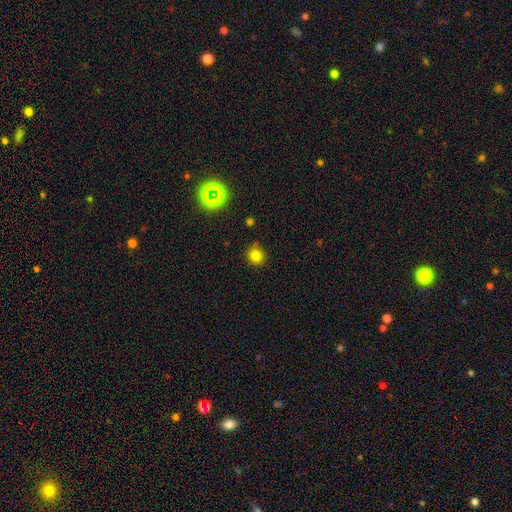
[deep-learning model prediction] Smooth or featured?
  - smooth: 79% *
  - star or artifact: 15%
  - featured or disk: 6%
How rounded?
  - round: 88% *
  - in between: 11%
  - cigar-shaped: 1%
Merging?
  - none: 83% *
  - minor disturbance: 11%
  - merger: 3%
  - major disturbance: 3%